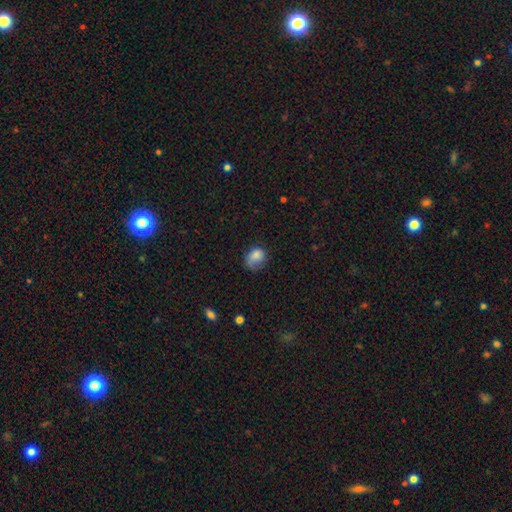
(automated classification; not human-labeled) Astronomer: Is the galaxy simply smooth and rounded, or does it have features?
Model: smooth — 81%.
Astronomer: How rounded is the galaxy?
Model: in between — 59% (runner-up: round, 40%).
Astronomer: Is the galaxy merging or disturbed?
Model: none — 45% (runner-up: minor disturbance, 35%).